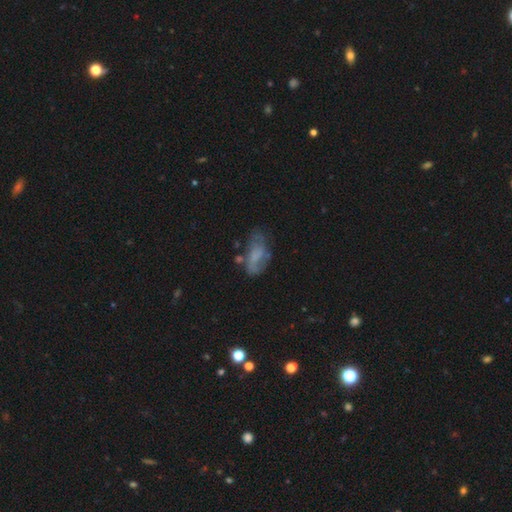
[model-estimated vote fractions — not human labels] A smooth galaxy with no disk features (46%).

Vote fractions:
- Smooth or featured? smooth: 46% / featured or disk: 44% / star or artifact: 11%
- Merging? none: 44% / minor disturbance: 27% / major disturbance: 21% / merger: 8%